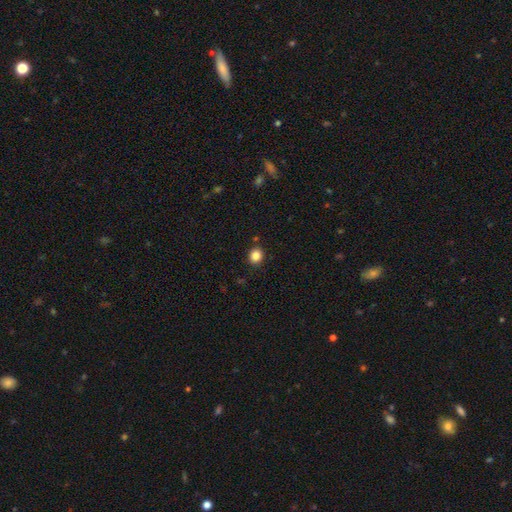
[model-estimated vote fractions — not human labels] Smooth or featured: smooth — 85% (star or artifact — 11%)
How rounded: round — 81% (in between — 18%)
Merging: none — 89% (minor disturbance — 7%)